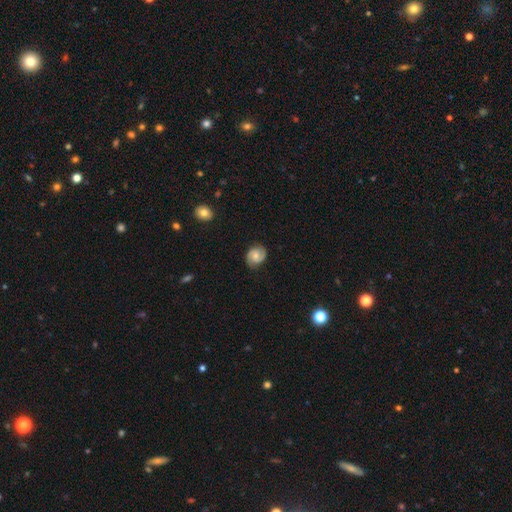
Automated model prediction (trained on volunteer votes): This is likely a featured or disk galaxy (73%). It is clearly not viewed edge-on (98%). Bar: possibly no (60%). Spiral arm pattern: clearly yes (96%). Spiral arm count: clearly 2 (89%). Spiral winding: marginally medium (44%, tied with tight). Central bulge: possibly moderate (53%). Merging: clearly none (81%).